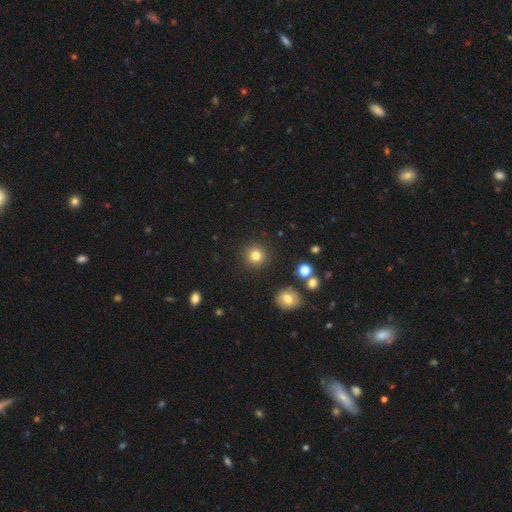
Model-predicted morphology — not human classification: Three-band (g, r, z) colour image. It shows a smooth galaxy with no disk features (81%) that is round (94%). Merging: none (90%).